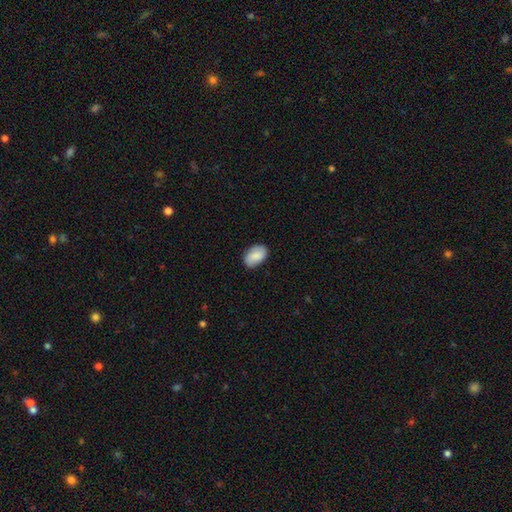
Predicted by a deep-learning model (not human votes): Morphology: type=smooth (82%); roundness=in between (89%); merging=none (84%).